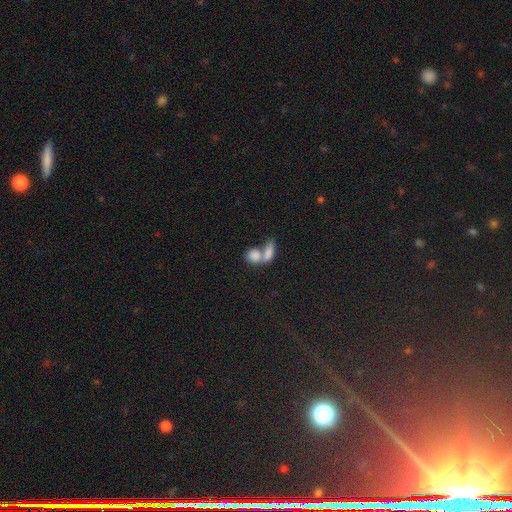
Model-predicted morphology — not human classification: smooth-or-featured: smooth: 81% | featured or disk: 11% | star or artifact: 8%
  how-rounded: in between: 63% | round: 31% | cigar-shaped: 6%
  merging: merger: 64% | none: 24% | minor disturbance: 7% | major disturbance: 5%